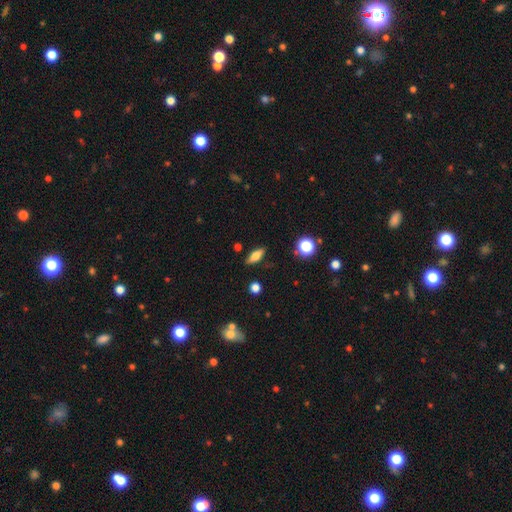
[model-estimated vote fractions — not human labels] Smooth or featured? Predicted: smooth (p=0.64). How rounded? Predicted: in between (p=0.67). Merging? Predicted: none (p=0.85).